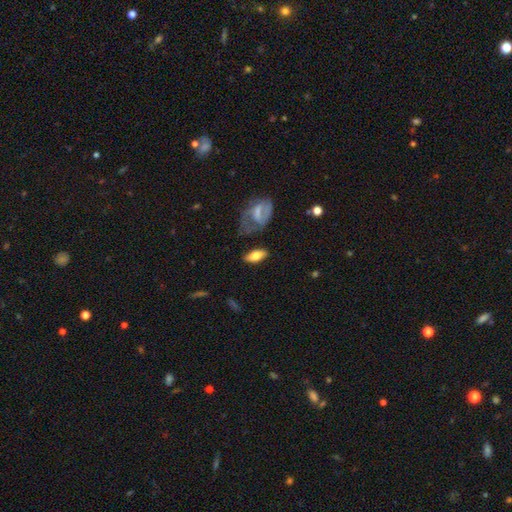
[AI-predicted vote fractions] smooth 65%, featured or disk 29%, star or artifact 7%. Down the decision tree: how rounded — in between (82%); merging — none (74%).